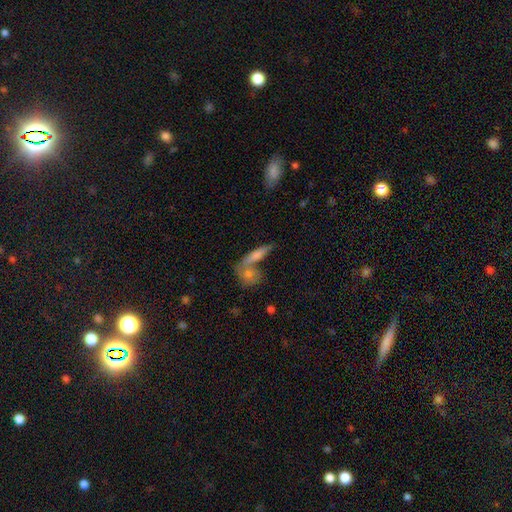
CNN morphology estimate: Smooth or featured?
  - smooth: 41% *
  - featured or disk: 31%
  - star or artifact: 28%
Merging?
  - merger: 42% *
  - none: 40%
  - minor disturbance: 10%
  - major disturbance: 8%